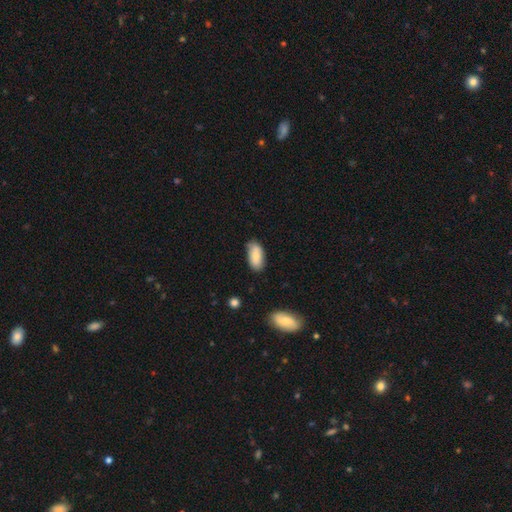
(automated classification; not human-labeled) A smooth galaxy with no disk features (83%) that is in between round and cigar-shaped (92%). Merging: none (71%).